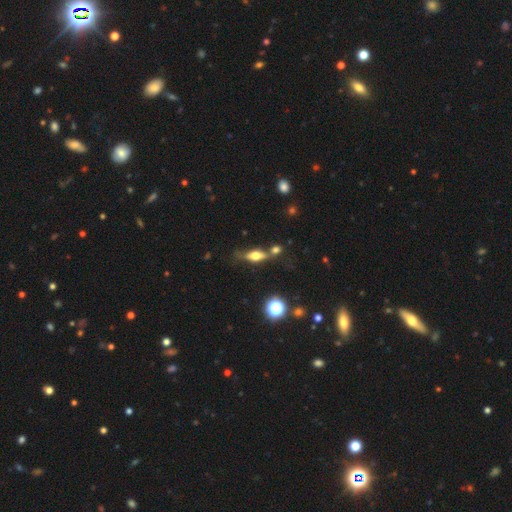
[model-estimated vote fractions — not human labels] This appears to be a smooth galaxy with no disk features (46%). Merging: none (55%).